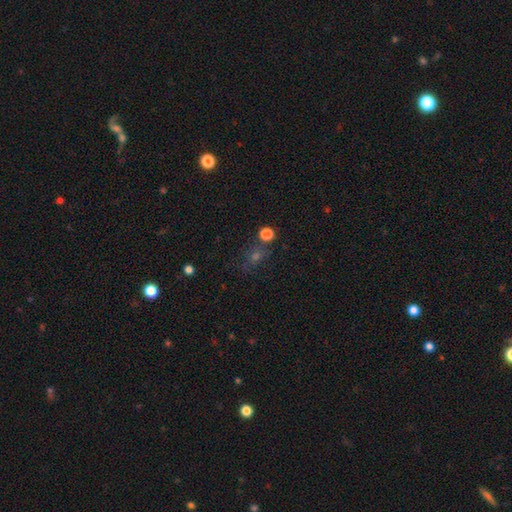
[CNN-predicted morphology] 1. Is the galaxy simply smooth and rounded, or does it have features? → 42% smooth, 41% star or artifact, 18% featured or disk.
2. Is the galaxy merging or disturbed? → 53% none, 26% merger, 12% minor disturbance, 9% major disturbance.